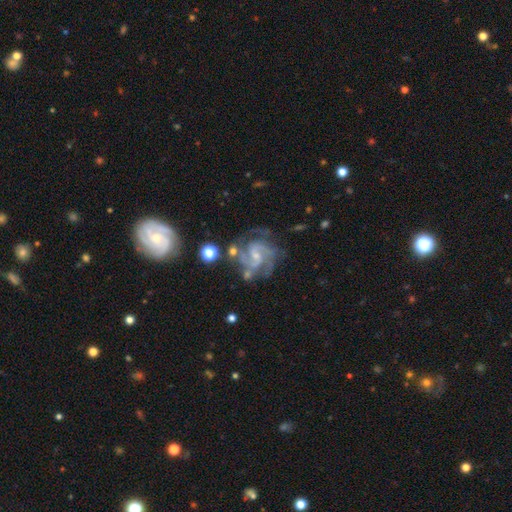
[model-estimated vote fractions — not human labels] Smooth or featured? featured or disk (90%)
Edge-on disk? no (98%)
Bar? weak (50%)
Spiral arms? yes (98%)
Spiral winding? medium (53%)
Spiral arm count? 2 (47%)
Bulge size? small (65%)
Merging? none (58%)